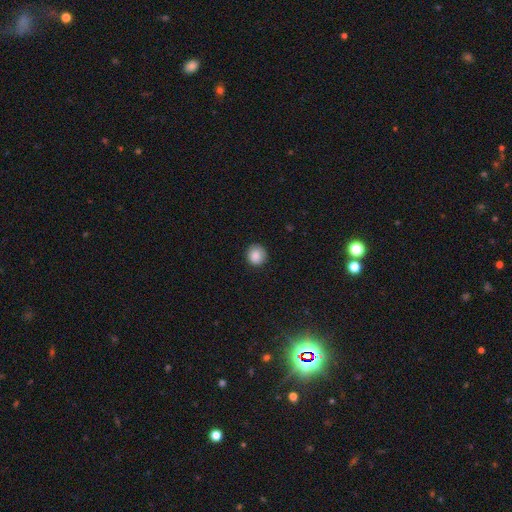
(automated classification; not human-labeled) The model was most divided on "smooth or featured": smooth: 88%, star or artifact: 9%, featured or disk: 3%. More confident: how rounded — round (93%); merging — none (88%).